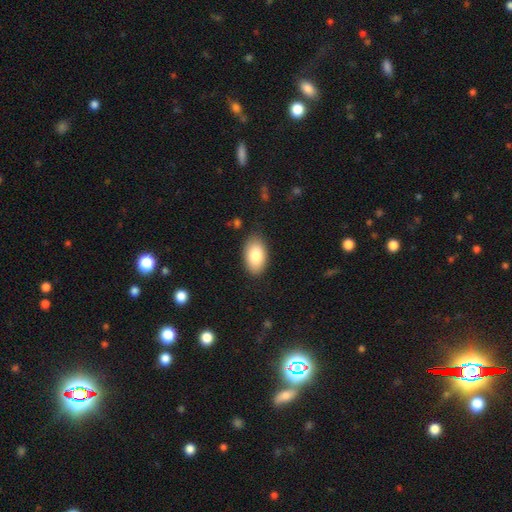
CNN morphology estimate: The model was most divided on "smooth or featured": smooth: 83%, featured or disk: 10%, star or artifact: 6%. More confident: how rounded — in between (94%); merging — none (86%).